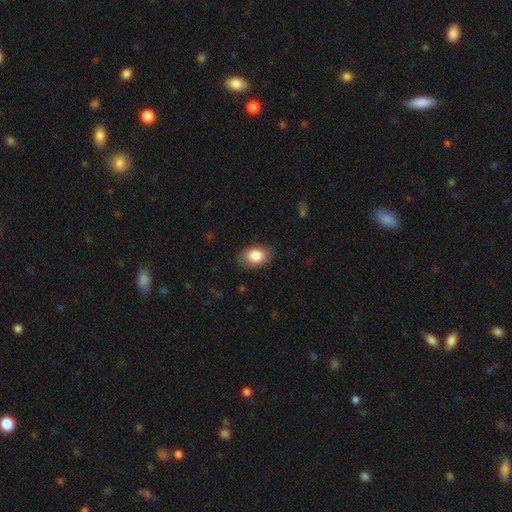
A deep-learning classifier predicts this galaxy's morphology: The model was most divided on "merging": none: 82%, minor disturbance: 14%, major disturbance: 3%, merger: 1%. More confident: how rounded — in between (86%); smooth or featured — smooth (83%).